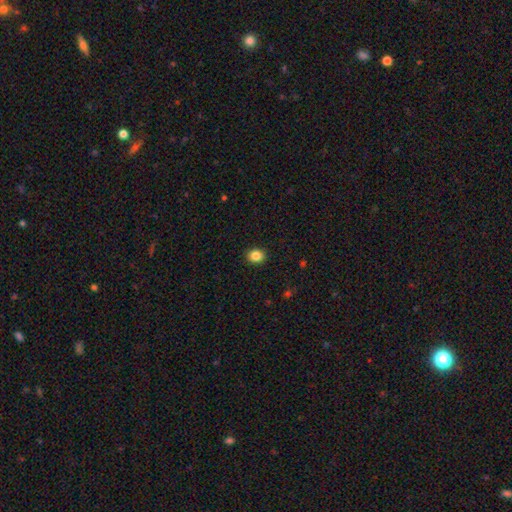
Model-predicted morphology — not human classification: This is clearly a smooth galaxy (86%). How rounded: likely round (67%). Merging: clearly none (91%).